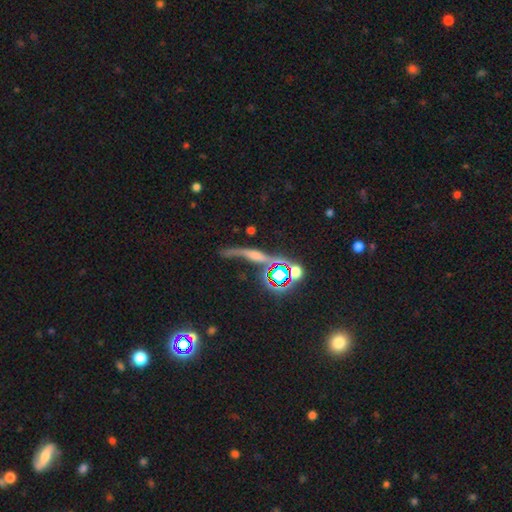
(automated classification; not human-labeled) A featured or disk galaxy (50%).

Vote fractions:
- Smooth or featured? featured or disk: 50% / star or artifact: 31% / smooth: 19%
- Merging? none: 52% / minor disturbance: 20% / major disturbance: 16% / merger: 12%